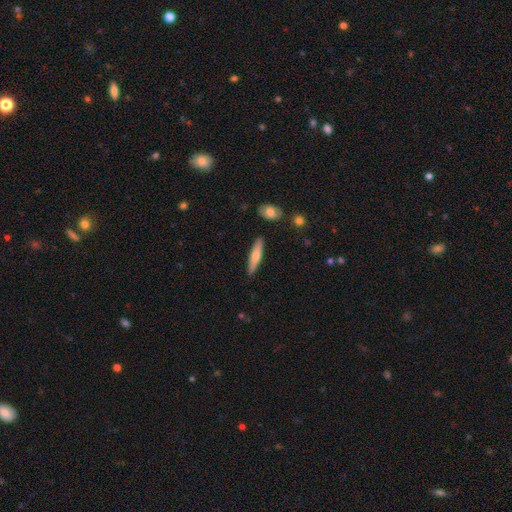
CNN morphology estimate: This is possibly a smooth galaxy (60%). How rounded: clearly cigar-shaped (83%). Merging: clearly none (87%).